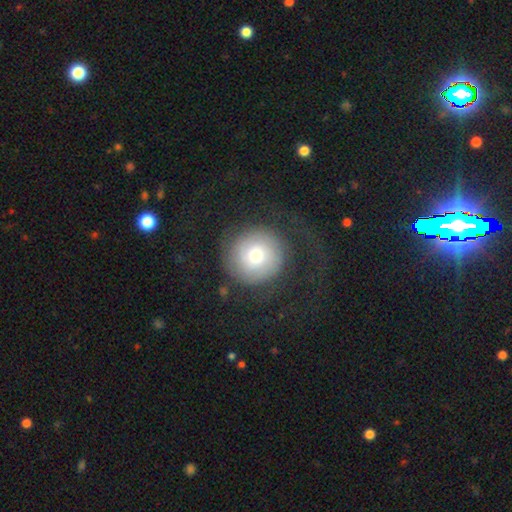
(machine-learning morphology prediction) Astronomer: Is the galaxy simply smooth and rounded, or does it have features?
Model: smooth — 49% (runner-up: featured or disk, 43%).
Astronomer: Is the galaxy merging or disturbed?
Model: none — 65%.